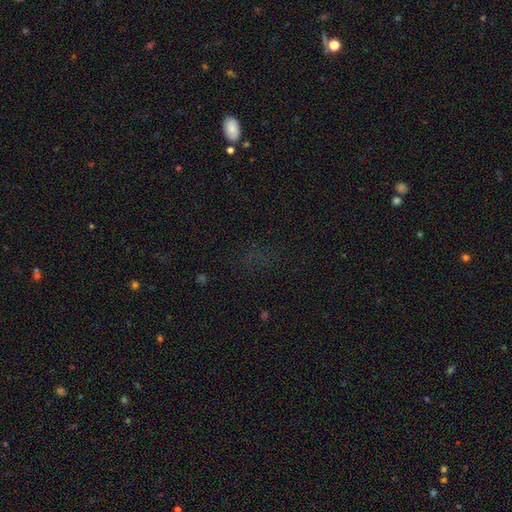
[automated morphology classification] Q: Smooth or featured?
A: star or artifact (64%); runner-up: smooth (24%)